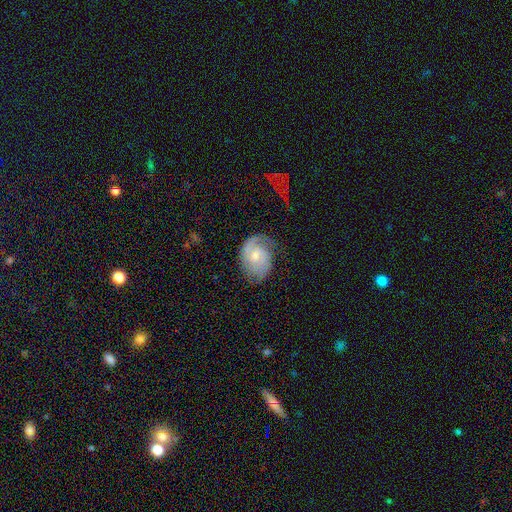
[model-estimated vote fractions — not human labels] featured or disk 75%, smooth 20%, star or artifact 6%. Down the decision tree: edge-on disk — no (97%); bar — no (52%); spiral arms — yes (93%); spiral arm count — 2 (57%); spiral winding — tight (43%); bulge size — moderate (47%); merging — none (60%).